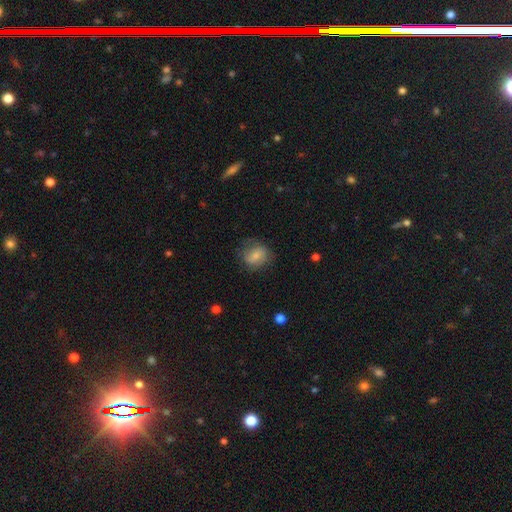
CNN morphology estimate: Smooth or featured? smooth (66%)
How rounded? round (63%)
Merging? none (70%)